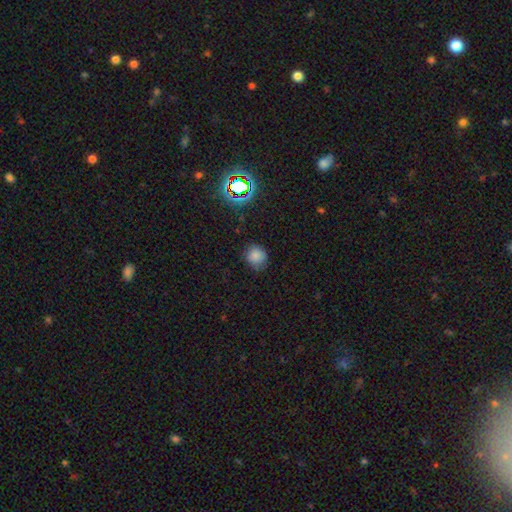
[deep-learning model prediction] Smooth or featured: smooth — 79% (star or artifact — 15%)
How rounded: round — 86% (in between — 13%)
Merging: none — 79% (minor disturbance — 16%)